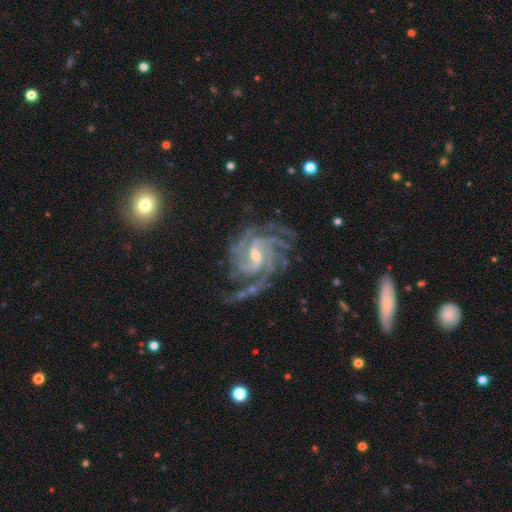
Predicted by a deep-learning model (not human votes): smooth_or_featured: featured or disk (p=0.92) [alt: star or artifact p=0.05]
disk_edge_on: no (p=0.98) [alt: yes p=0.02]
bar: weak (p=0.50) [alt: strong p=0.28]
has_spiral_arms: yes (p=0.99) [alt: no p=0.01]
spiral_winding: tight (p=0.54) [alt: medium p=0.40]
spiral_arm_count: 4 (p=0.35) [alt: 3 p=0.21]
bulge_size: small (p=0.60) [alt: moderate p=0.36]
merging: none (p=0.67) [alt: minor disturbance p=0.19]